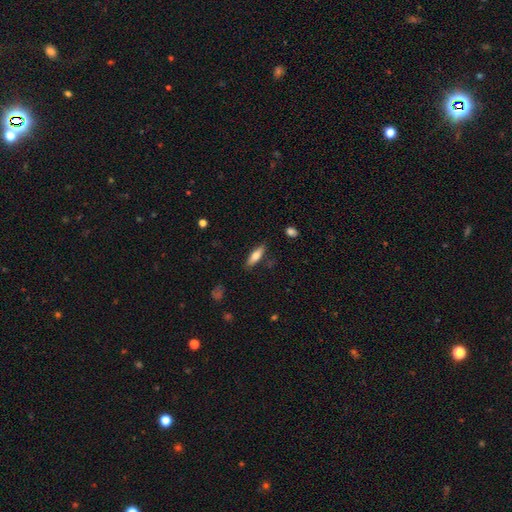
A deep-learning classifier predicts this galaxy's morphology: This appears to be a smooth galaxy with no disk features (67%) that is cigar-shaped (54%). Merging: none (84%).